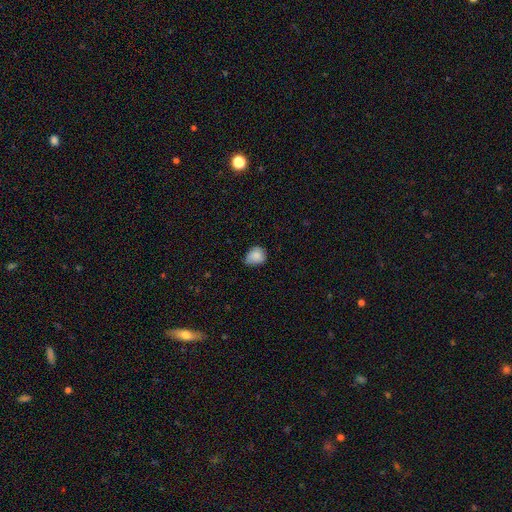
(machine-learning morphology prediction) type=smooth (82%); roundness=round (59%); merging=none (48%).